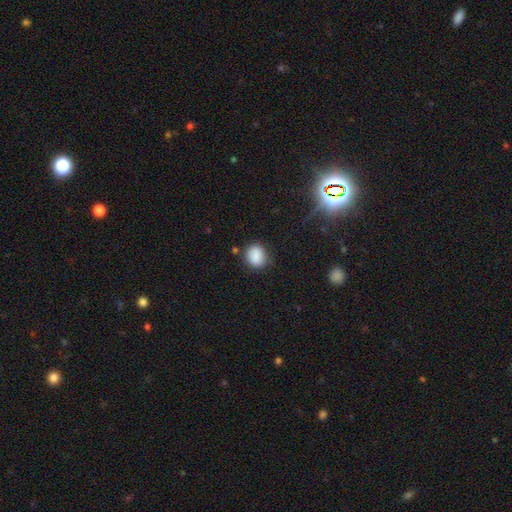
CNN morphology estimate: Smooth or featured?
  - smooth: 86% *
  - star or artifact: 9%
  - featured or disk: 5%
How rounded?
  - round: 60% *
  - in between: 39%
  - cigar-shaped: 1%
Merging?
  - none: 77% *
  - minor disturbance: 16%
  - major disturbance: 4%
  - merger: 3%